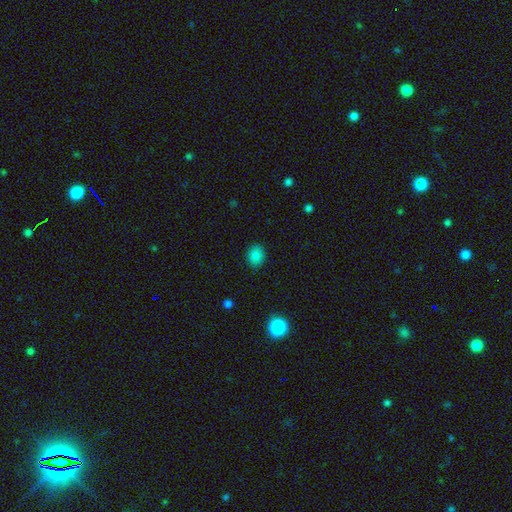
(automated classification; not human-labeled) This appears to be a smooth galaxy with no disk features (84%) that is round (62%). Merging: none (88%).